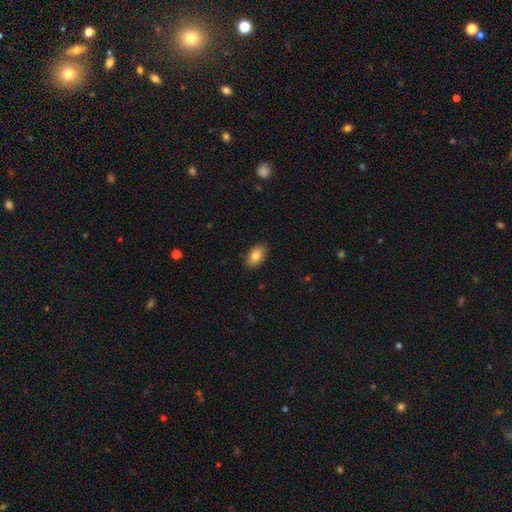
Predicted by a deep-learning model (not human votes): The model was most divided on "smooth or featured": smooth: 81%, featured or disk: 12%, star or artifact: 7%. More confident: how rounded — in between (91%); merging — none (86%).